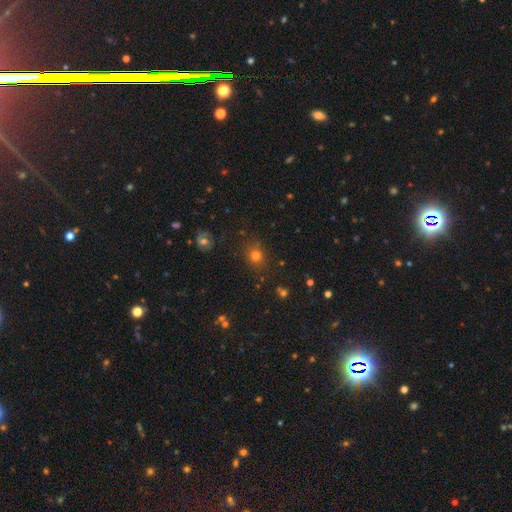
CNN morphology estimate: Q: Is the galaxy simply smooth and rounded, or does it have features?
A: smooth — 74%.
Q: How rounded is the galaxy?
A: round — 80%.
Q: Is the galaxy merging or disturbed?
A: none — 83%.